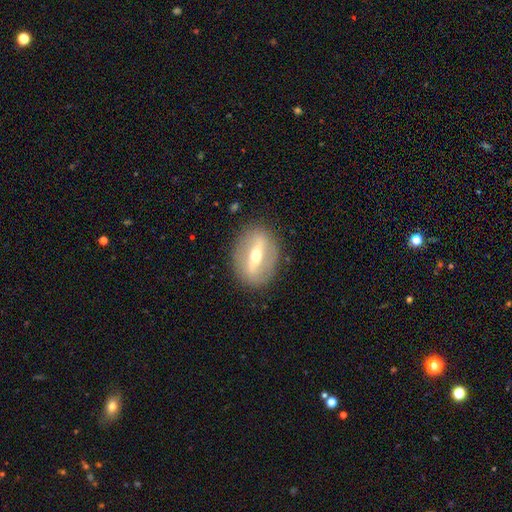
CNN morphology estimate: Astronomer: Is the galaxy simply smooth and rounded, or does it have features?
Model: featured or disk — 71%.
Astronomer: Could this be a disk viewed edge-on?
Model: no — 73%.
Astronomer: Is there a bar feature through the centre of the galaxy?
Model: strong — 74%.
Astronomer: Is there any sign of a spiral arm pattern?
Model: no — 73%.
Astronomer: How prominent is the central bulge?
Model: moderate — 63%.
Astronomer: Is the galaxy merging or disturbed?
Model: none — 85%.